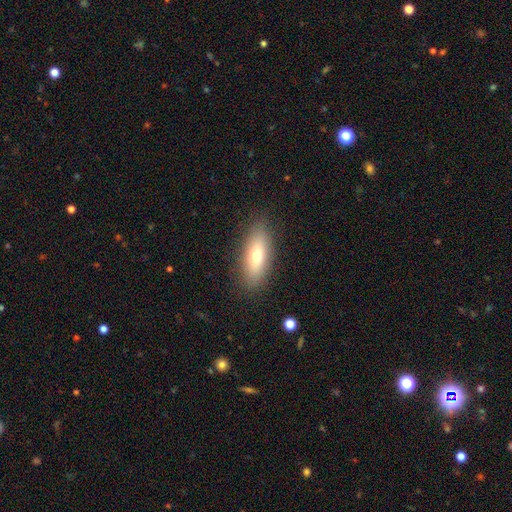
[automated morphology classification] A smooth galaxy with no disk features (68%) that is in between round and cigar-shaped (68%).

Vote fractions:
- Smooth or featured? smooth: 68% / featured or disk: 24% / star or artifact: 8%
- How rounded? in between: 68% / cigar-shaped: 29% / round: 3%
- Merging? none: 87% / minor disturbance: 9% / major disturbance: 3% / merger: 1%